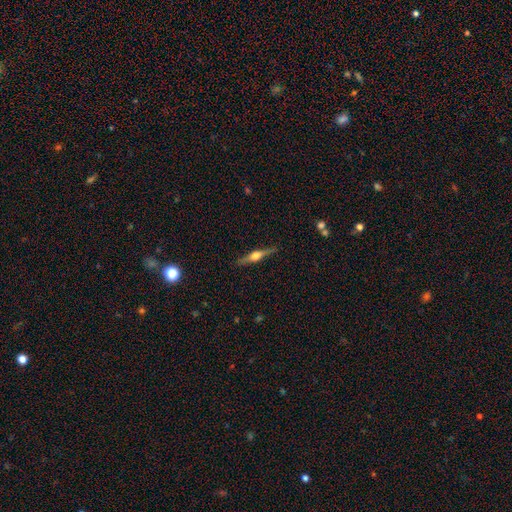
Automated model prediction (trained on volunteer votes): smooth-or-featured: featured or disk: 76% | smooth: 18% | star or artifact: 6%
  disk-edge-on: yes: 98% | no: 2%
    edge-on-bulge: rounded: 92% | boxy: 6% | none: 2%
  merging: none: 90% | minor disturbance: 8% | major disturbance: 2% | merger: 1%